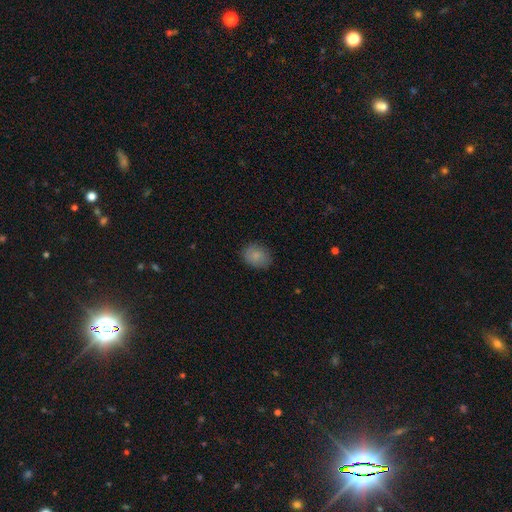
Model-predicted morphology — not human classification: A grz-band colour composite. It shows a smooth galaxy with no disk features (85%) that is in between round and cigar-shaped (59%). Merging: none (84%).